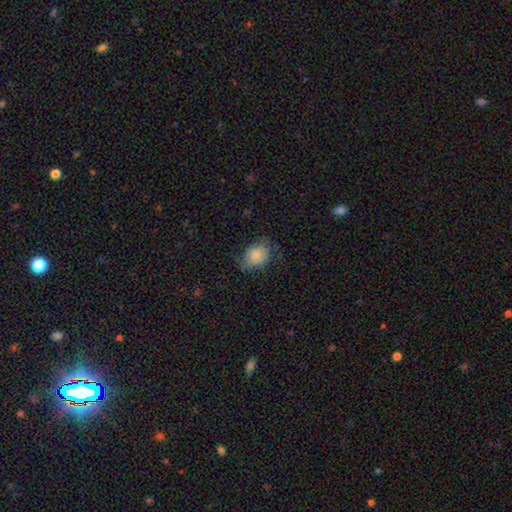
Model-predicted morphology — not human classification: Q: Smooth or featured?
A: smooth (75%); runner-up: featured or disk (17%)
Q: How rounded?
A: in between (61%); runner-up: round (38%)
Q: Merging?
A: none (64%); runner-up: minor disturbance (26%)